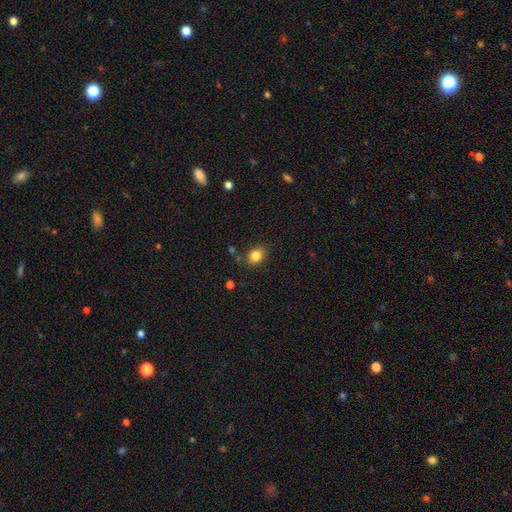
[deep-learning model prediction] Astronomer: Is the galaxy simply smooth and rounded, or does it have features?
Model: smooth — 83%.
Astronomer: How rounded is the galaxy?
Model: in between — 52% (runner-up: round, 47%).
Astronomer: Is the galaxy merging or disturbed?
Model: none — 82%.